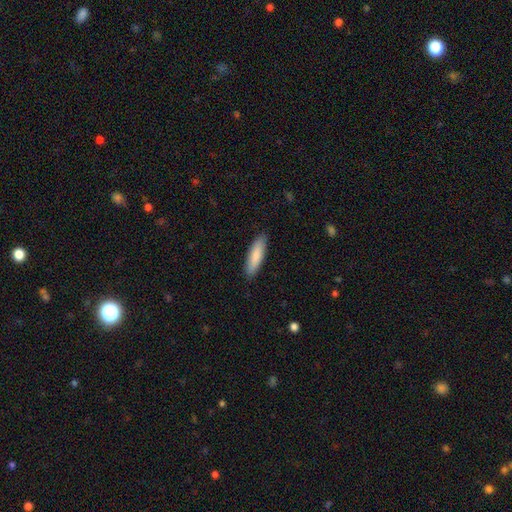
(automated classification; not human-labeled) Morphology: type=smooth (85%); roundness=cigar-shaped (63%); merging=none (89%).